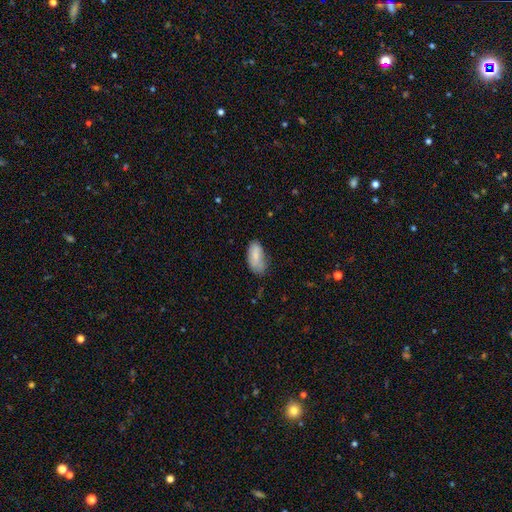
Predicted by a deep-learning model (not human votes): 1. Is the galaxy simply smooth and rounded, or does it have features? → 80% smooth, 13% featured or disk, 6% star or artifact.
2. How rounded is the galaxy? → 92% in between, 5% cigar-shaped, 2% round.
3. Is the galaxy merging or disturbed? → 58% none, 32% minor disturbance, 8% major disturbance, 2% merger.